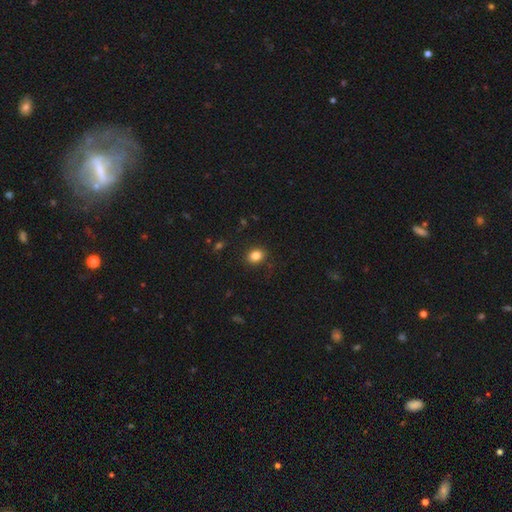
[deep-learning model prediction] Smooth or featured? smooth (84%)
How rounded? round (50%)
Merging? none (87%)